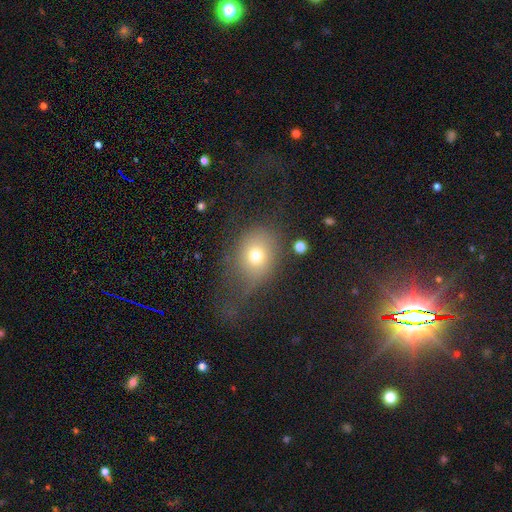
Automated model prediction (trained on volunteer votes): This is likely a smooth galaxy (71%). How rounded: possibly round (50%). Merging: marginally none (41%).